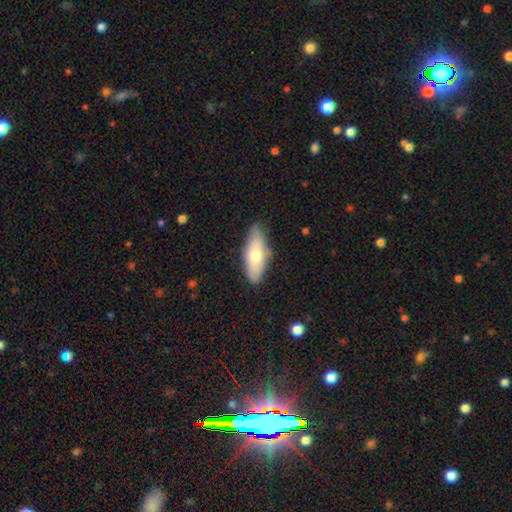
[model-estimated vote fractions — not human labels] smooth-or-featured: smooth: 68% | featured or disk: 26% | star or artifact: 6%
  how-rounded: in between: 69% | cigar-shaped: 29% | round: 2%
  merging: none: 75% | minor disturbance: 20% | major disturbance: 4% | merger: 2%